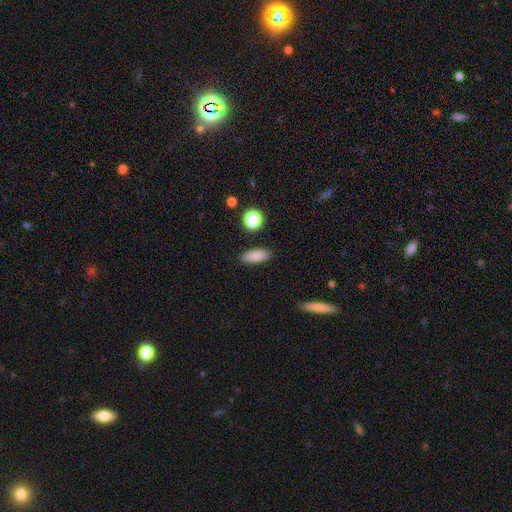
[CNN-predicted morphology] The model was most divided on "how rounded": in between: 73%, cigar-shaped: 23%, round: 4%. More confident: merging — none (88%); smooth or featured — smooth (85%).